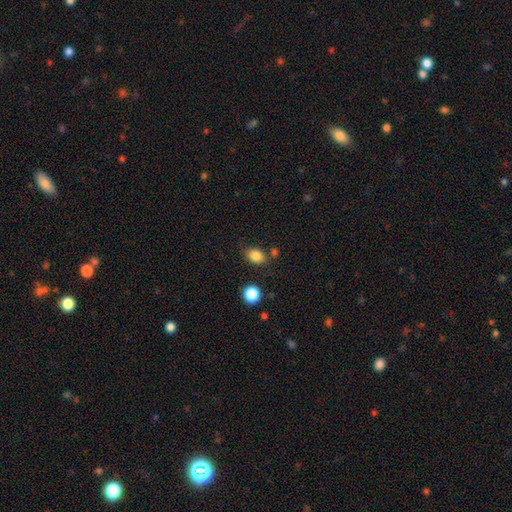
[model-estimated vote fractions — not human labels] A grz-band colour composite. It shows a smooth galaxy with no disk features (84%) that is in between round and cigar-shaped (69%). Merging: none (75%).